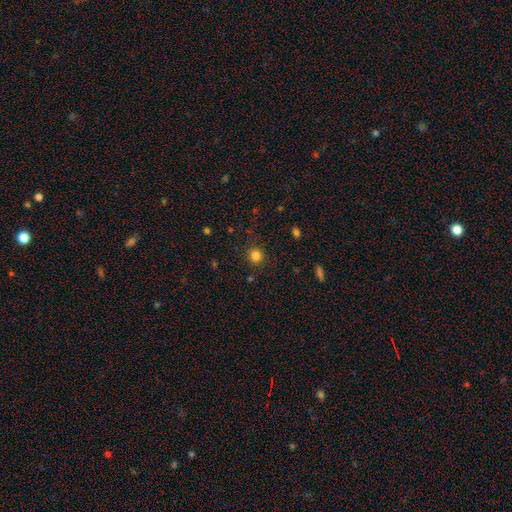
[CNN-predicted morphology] Smooth or featured?
  - smooth: 82% *
  - star or artifact: 14%
  - featured or disk: 4%
How rounded?
  - round: 92% *
  - in between: 7%
  - cigar-shaped: 1%
Merging?
  - none: 88% *
  - minor disturbance: 8%
  - major disturbance: 3%
  - merger: 1%